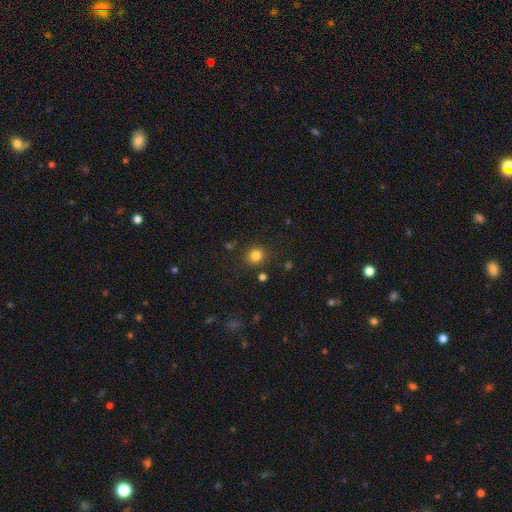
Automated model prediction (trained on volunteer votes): Morphology: type=smooth (82%); roundness=round (84%); merging=none (86%).